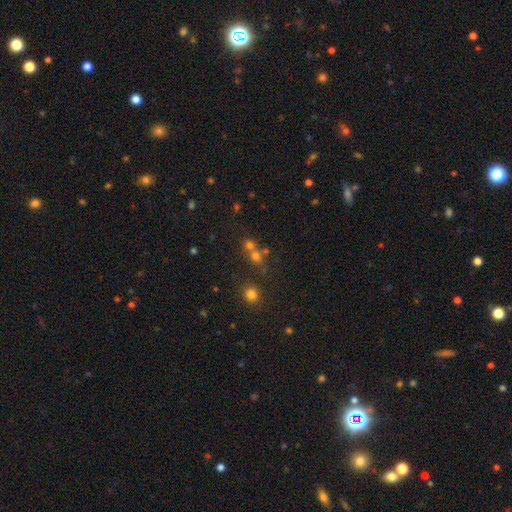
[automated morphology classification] Smooth or featured? Predicted: smooth (p=0.63). How rounded? Predicted: round (p=0.78). Merging? Predicted: merger (p=0.47).